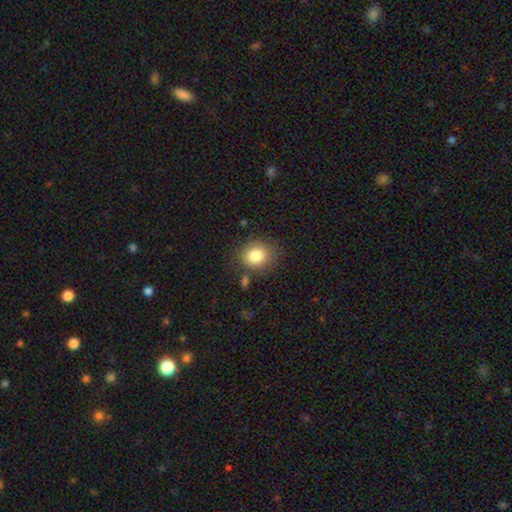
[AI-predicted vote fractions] Morphology: type=smooth (83%); roundness=round (69%); merging=none (80%).